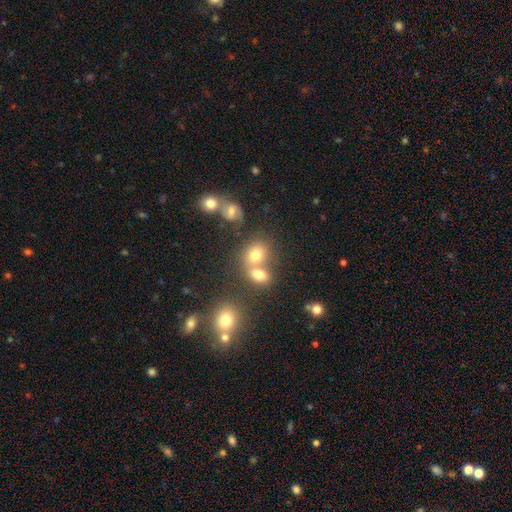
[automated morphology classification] Overall: smooth (72%). How rounded: round (60%; in between 39%). Merging: merger (44%; none 41%).